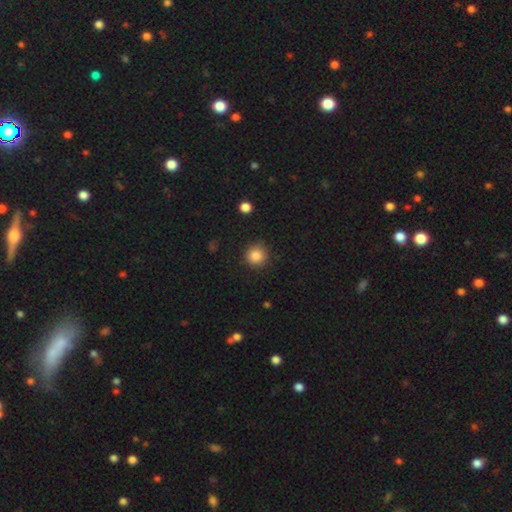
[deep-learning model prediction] A smooth galaxy with no disk features (86%) that is round (94%).

Vote fractions:
- Smooth or featured? smooth: 86% / star or artifact: 10% / featured or disk: 4%
- How rounded? round: 94% / in between: 5% / cigar-shaped: 1%
- Merging? none: 88% / minor disturbance: 8% / major disturbance: 2% / merger: 1%